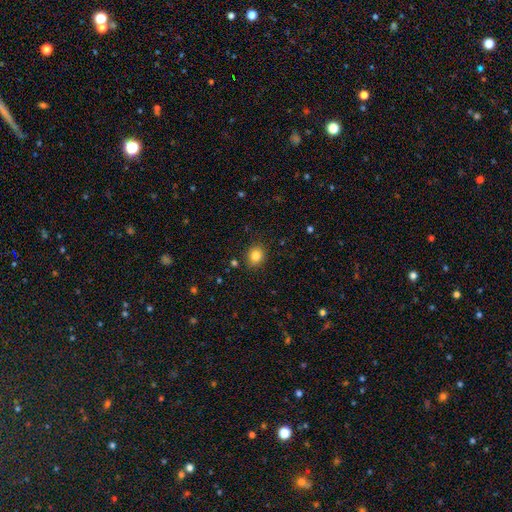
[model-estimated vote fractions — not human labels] This is clearly a smooth galaxy (83%). How rounded: likely round (66%). Merging: clearly none (87%).